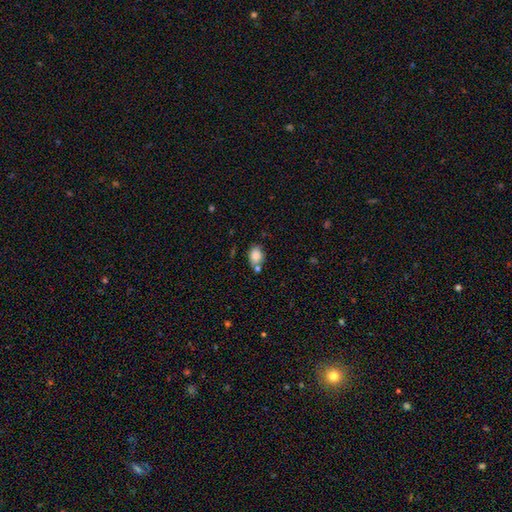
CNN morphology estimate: Smooth or featured: smooth — 81% (featured or disk — 10%)
How rounded: in between — 70% (round — 28%)
Merging: none — 64% (minor disturbance — 16%)